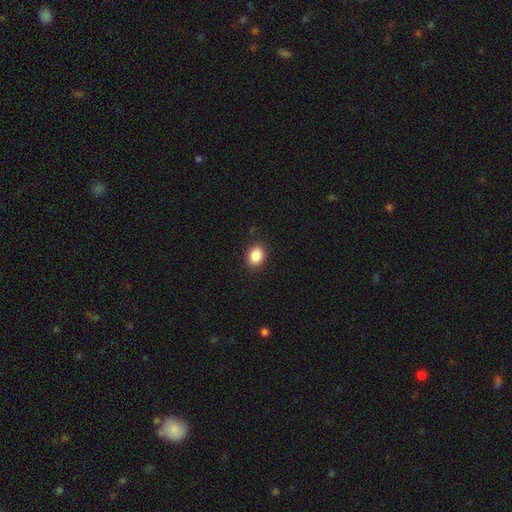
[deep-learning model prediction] Q: Smooth or featured?
A: smooth (87%); runner-up: star or artifact (9%)
Q: How rounded?
A: in between (58%); runner-up: round (41%)
Q: Merging?
A: none (89%); runner-up: minor disturbance (8%)